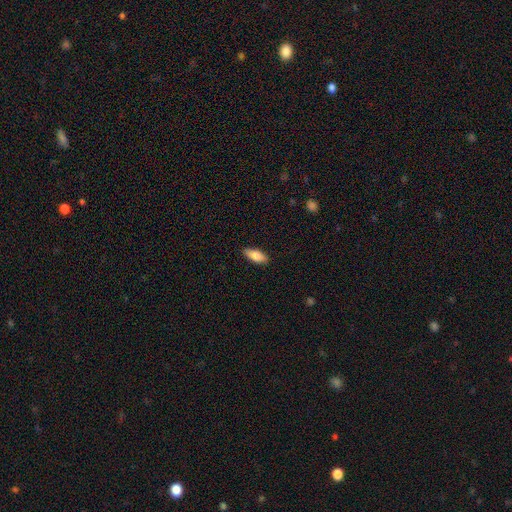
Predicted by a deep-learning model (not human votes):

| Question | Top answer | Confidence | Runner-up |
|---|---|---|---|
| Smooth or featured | smooth | 84% | featured or disk (10%) |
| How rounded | in between | 80% | cigar-shaped (18%) |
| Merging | none | 88% | minor disturbance (10%) |